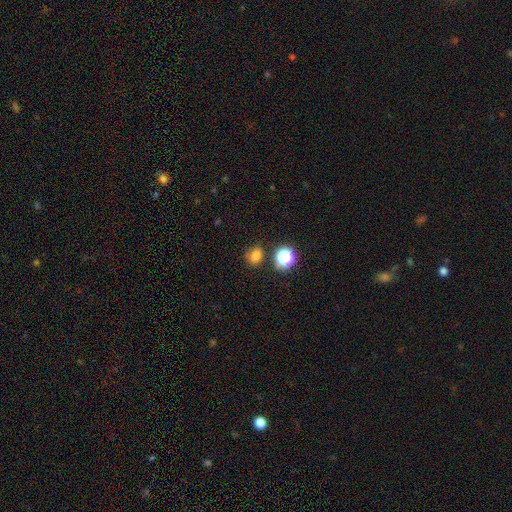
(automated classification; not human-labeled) Smooth or featured?
  - smooth: 74% *
  - star or artifact: 19%
  - featured or disk: 6%
How rounded?
  - round: 56% *
  - in between: 43%
  - cigar-shaped: 1%
Merging?
  - none: 75% *
  - minor disturbance: 14%
  - merger: 7%
  - major disturbance: 4%